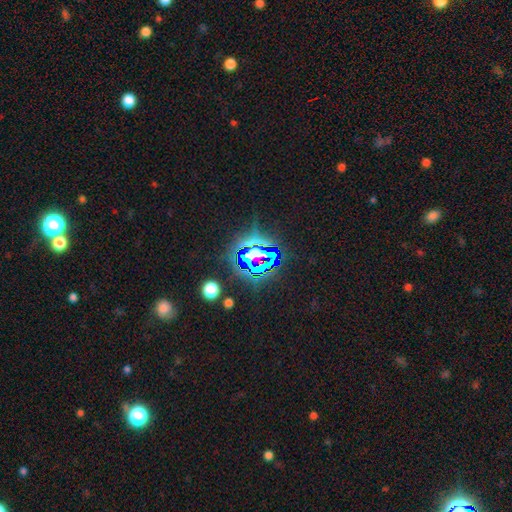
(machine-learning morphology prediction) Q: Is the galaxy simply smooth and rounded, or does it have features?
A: star or artifact — 75%.